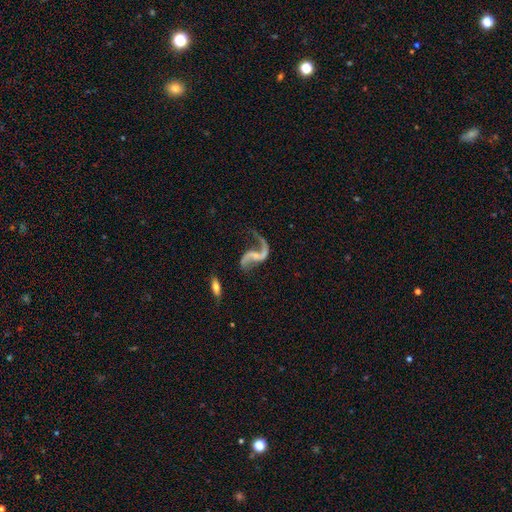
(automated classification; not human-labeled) smooth-or-featured: featured or disk: 89% | star or artifact: 5% | smooth: 5%
  disk-edge-on: no: 97% | yes: 3%
    bar: no: 45% | weak: 37% | strong: 18%
    has-spiral-arms: yes: 95% | no: 5%
      spiral-winding: loose: 88% | medium: 10% | tight: 2%
      spiral-arm-count: 2: 88% | 1: 8% | can't tell: 1% | 3: 1% | 4: 1% | more than 4: 1%
    bulge-size: small: 44% | none: 43% | moderate: 10% | large: 2% | dominant: 1%
  merging: none: 57% | major disturbance: 20% | minor disturbance: 17% | merger: 6%